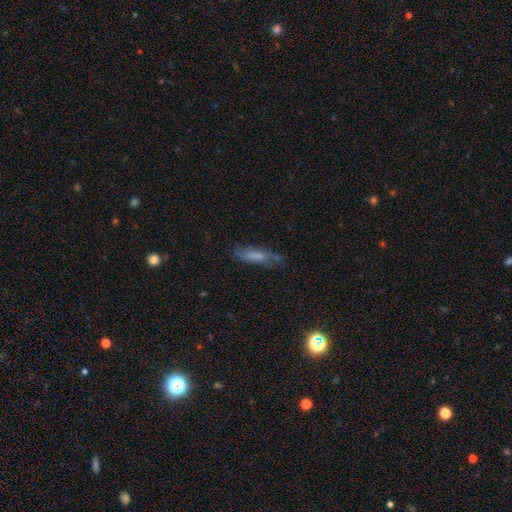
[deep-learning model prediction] smooth 55%, featured or disk 34%, star or artifact 10%. Down the decision tree: how rounded — cigar-shaped (69%); merging — none (64%).